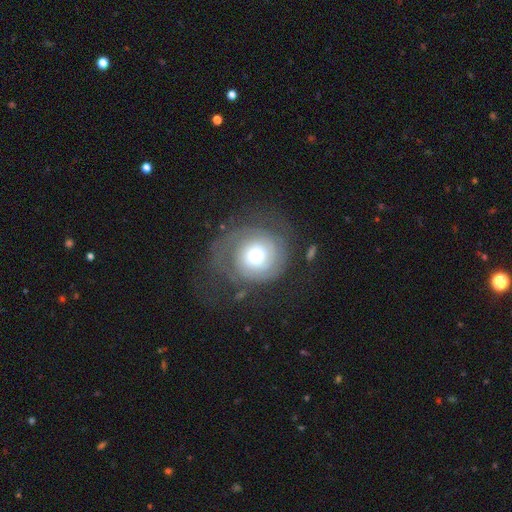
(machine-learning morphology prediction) This is likely a featured or disk galaxy (73%). It is clearly not viewed edge-on (98%). Bar: likely no (80%). Spiral arm pattern: clearly yes (88%). Spiral arm count: marginally 2 (44%). Spiral winding: likely tight (71%). Central bulge: likely moderate (64%). Merging: likely none (63%).